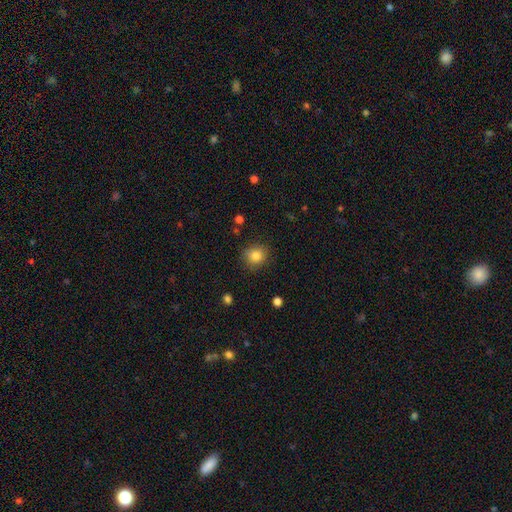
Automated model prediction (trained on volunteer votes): Smooth or featured? Predicted: smooth (p=0.82). How rounded? Predicted: round (p=0.85). Merging? Predicted: none (p=0.85).